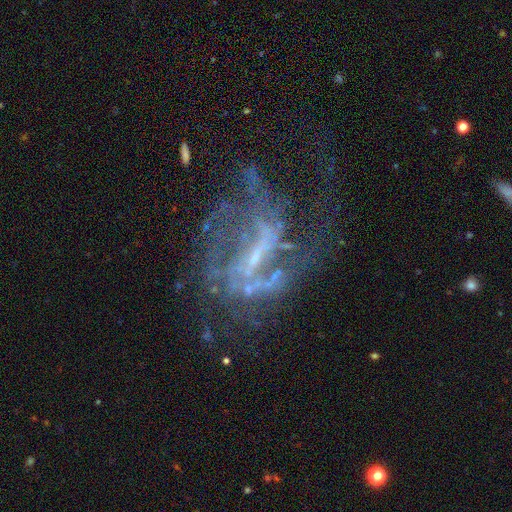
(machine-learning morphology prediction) Smooth or featured? Predicted: featured or disk (p=0.79). Edge-on disk? Predicted: no (p=0.96). Bar? Predicted: weak (p=0.42). Spiral arms? Predicted: yes (p=0.73). Spiral winding? Predicted: loose (p=0.40). Spiral arm count? Predicted: can't tell (p=0.37). Bulge size? Predicted: small (p=0.48). Merging? Predicted: major disturbance (p=0.40).